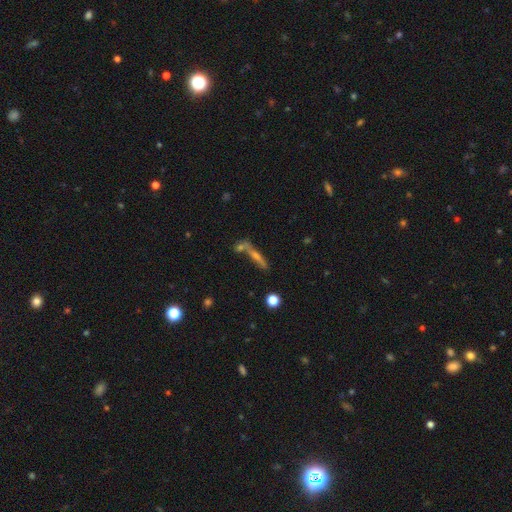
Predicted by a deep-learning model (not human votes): smooth-or-featured: featured or disk: 45% | smooth: 40% | star or artifact: 15%
  merging: none: 53% | merger: 28% | minor disturbance: 12% | major disturbance: 7%